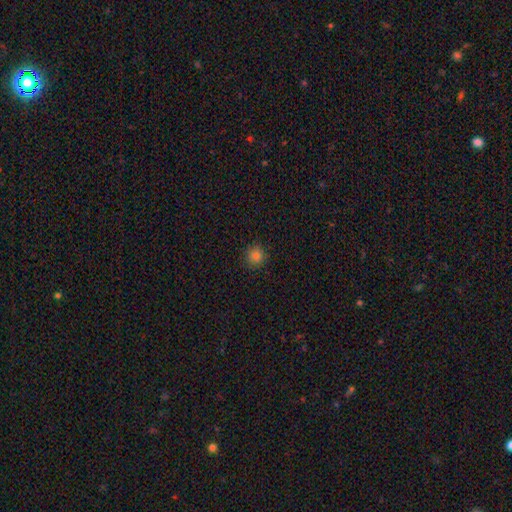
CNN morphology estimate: Overall: smooth (81%). How rounded: round (91%). Merging: none (90%).